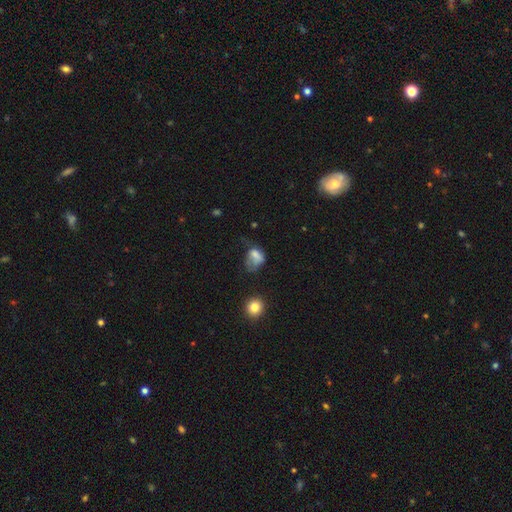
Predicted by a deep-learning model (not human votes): The model was most divided on "merging": major disturbance: 44%, minor disturbance: 26%, none: 23%, merger: 7%. More confident: how rounded — in between (68%); smooth or featured — smooth (64%).